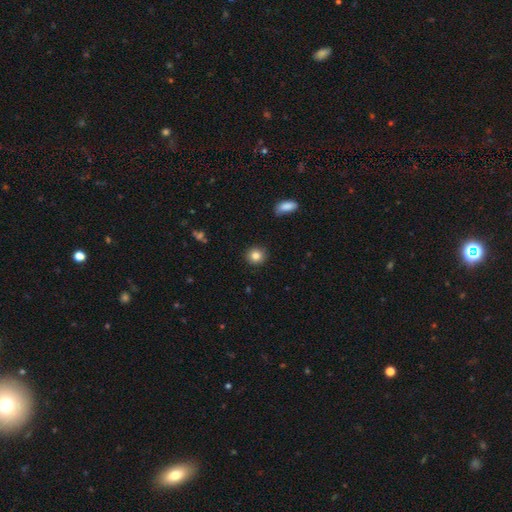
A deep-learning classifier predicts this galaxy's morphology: smooth_or_featured: smooth (p=0.84) [alt: star or artifact p=0.10]
how_rounded: round (p=0.88) [alt: in between p=0.11]
merging: none (p=0.90) [alt: minor disturbance p=0.07]